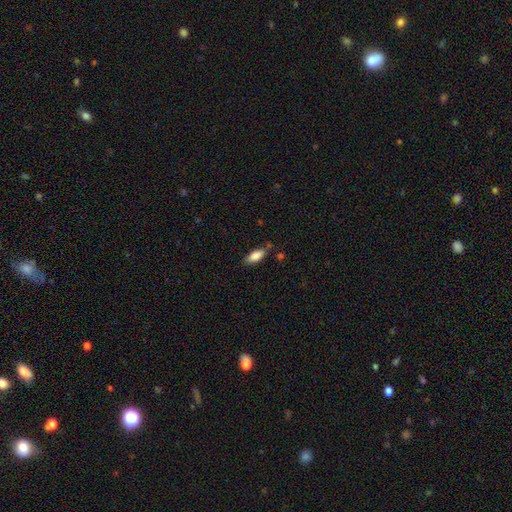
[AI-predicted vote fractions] This is clearly a smooth galaxy (86%). How rounded: clearly in between (83%). Merging: likely none (72%).